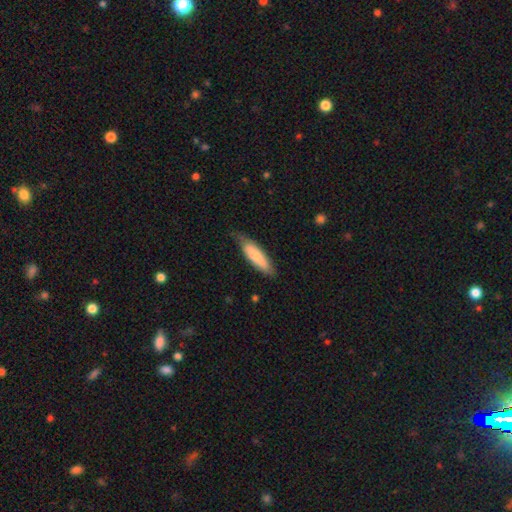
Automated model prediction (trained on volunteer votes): The model was most divided on "how rounded": cigar-shaped: 57%, in between: 42%, round: 1%. More confident: smooth or featured — smooth (76%); merging — none (65%).